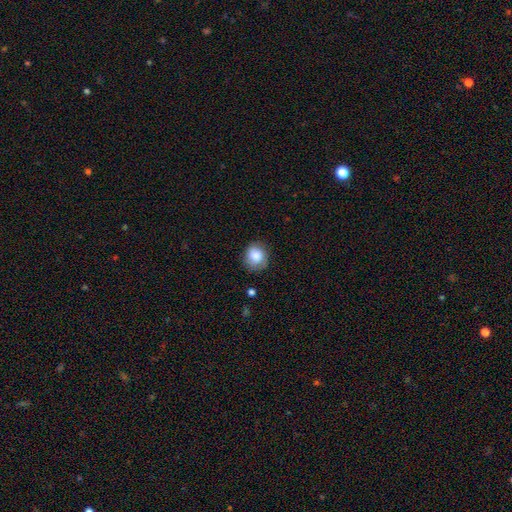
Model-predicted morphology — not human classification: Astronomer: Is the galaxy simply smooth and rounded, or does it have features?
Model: smooth — 82%.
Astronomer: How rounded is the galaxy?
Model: round — 74%.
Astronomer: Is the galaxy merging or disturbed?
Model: none — 74%.